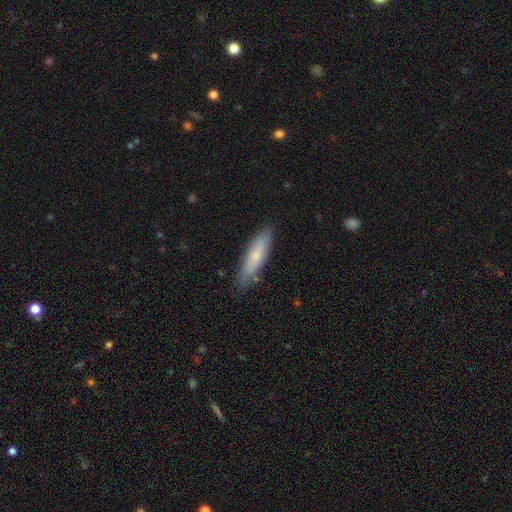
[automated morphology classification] Smooth or featured? smooth (70%)
How rounded? cigar-shaped (68%)
Merging? none (80%)